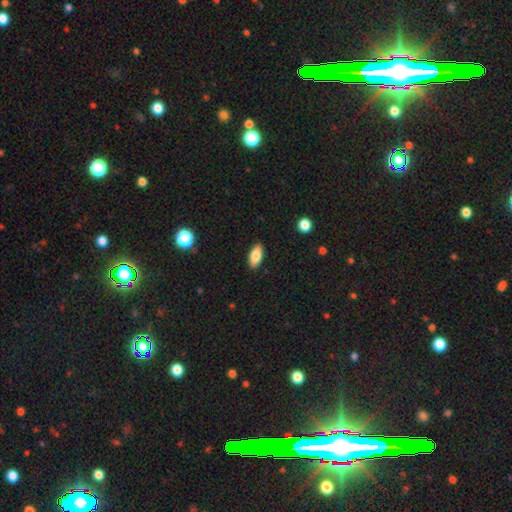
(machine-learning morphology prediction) Smooth or featured?
  - smooth: 82% *
  - featured or disk: 11%
  - star or artifact: 7%
How rounded?
  - in between: 86% *
  - cigar-shaped: 12%
  - round: 3%
Merging?
  - none: 89% *
  - minor disturbance: 8%
  - major disturbance: 2%
  - merger: 1%